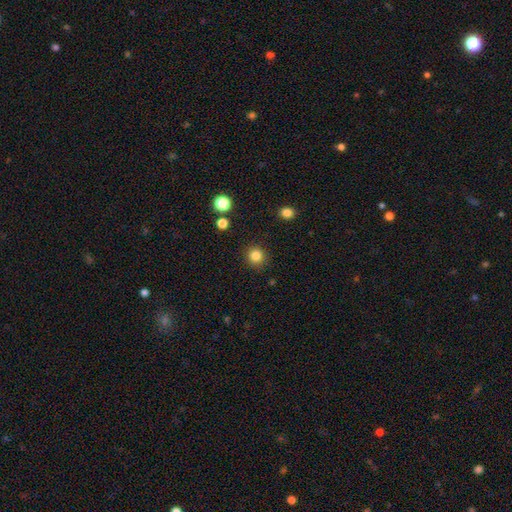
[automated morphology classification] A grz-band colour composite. It shows a smooth galaxy with no disk features (84%) that is round (93%). Merging: none (90%).